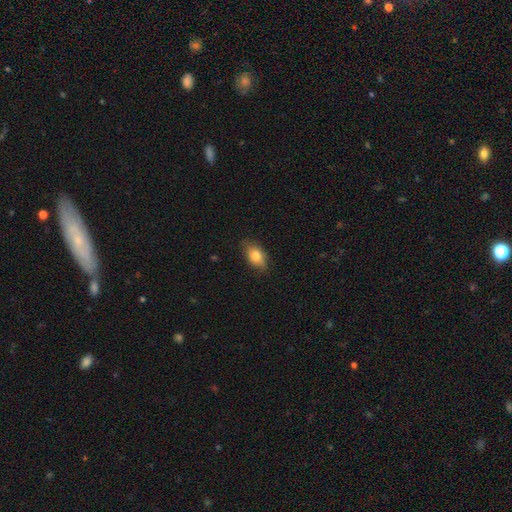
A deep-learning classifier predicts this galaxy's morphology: smooth 80%, featured or disk 12%, star or artifact 8%. Down the decision tree: how rounded — in between (86%); merging — none (77%).